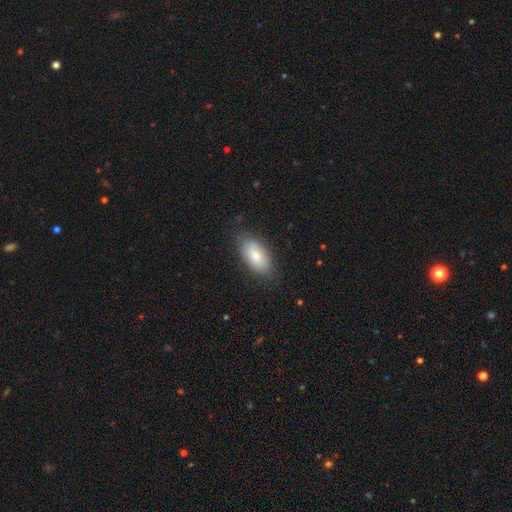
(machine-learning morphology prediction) Smooth or featured? smooth (78%)
How rounded? in between (92%)
Merging? none (77%)